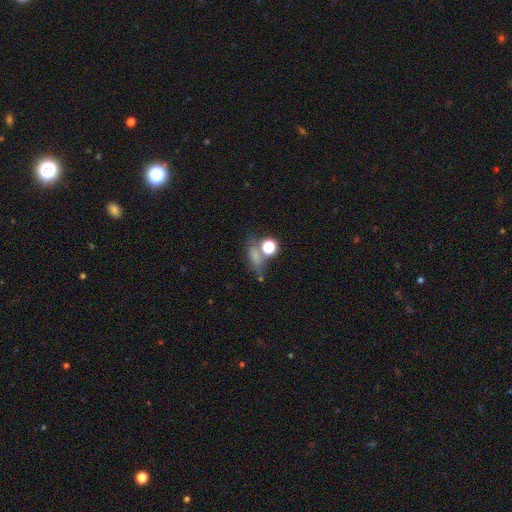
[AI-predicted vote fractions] This is likely a smooth galaxy (61%). How rounded: possibly in between (54%). Merging: possibly none (47%).